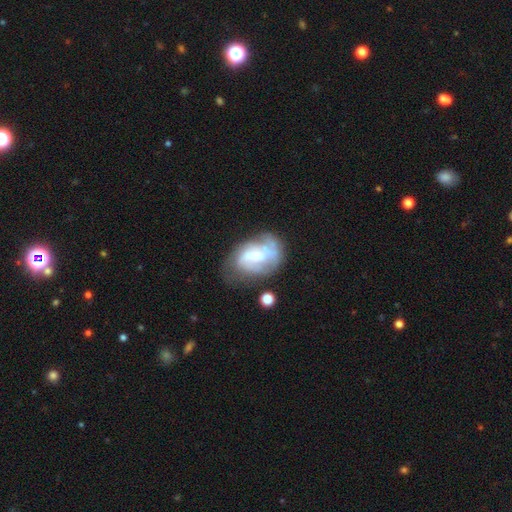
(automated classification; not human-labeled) Smooth or featured? Predicted: featured or disk (p=0.62). Edge-on disk? Predicted: no (p=0.96). Bar? Predicted: weak (p=0.45). Spiral arms? Predicted: yes (p=0.64). Bulge size? Predicted: small (p=0.38). Merging? Predicted: none (p=0.39).